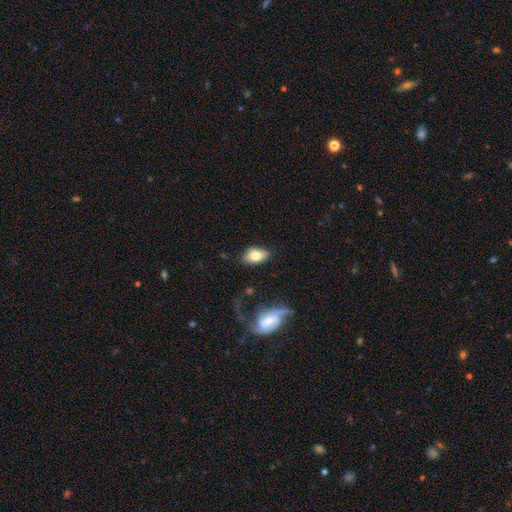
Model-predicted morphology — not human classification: A smooth galaxy with no disk features (76%) that is in between round and cigar-shaped (89%).

Vote fractions:
- Smooth or featured? smooth: 76% / featured or disk: 16% / star or artifact: 7%
- How rounded? in between: 89% / round: 9% / cigar-shaped: 2%
- Merging? none: 75% / minor disturbance: 17% / major disturbance: 5% / merger: 3%